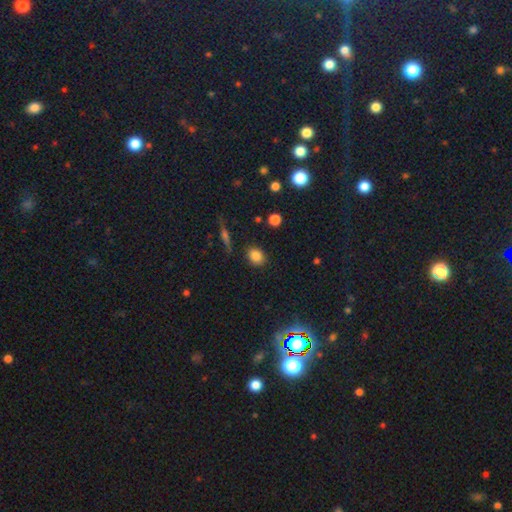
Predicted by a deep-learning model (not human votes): Smooth or featured? Predicted: smooth (p=0.83). How rounded? Predicted: round (p=0.53). Merging? Predicted: none (p=0.85).